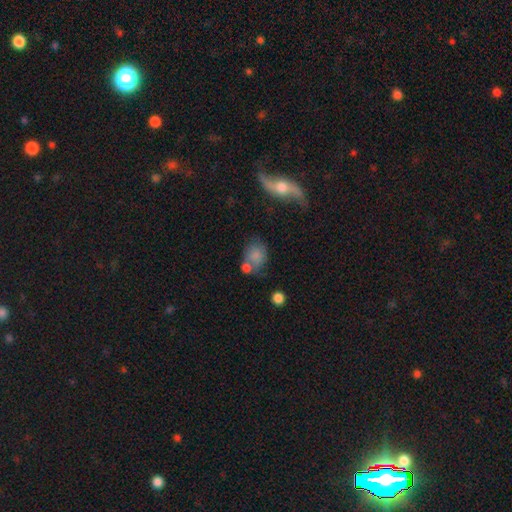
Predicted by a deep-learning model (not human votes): A smooth galaxy with no disk features (74%) that is in between round and cigar-shaped (52%).

Vote fractions:
- Smooth or featured? smooth: 74% / featured or disk: 15% / star or artifact: 10%
- How rounded? in between: 52% / round: 47% / cigar-shaped: 2%
- Merging? none: 39% / merger: 32% / minor disturbance: 19% / major disturbance: 10%